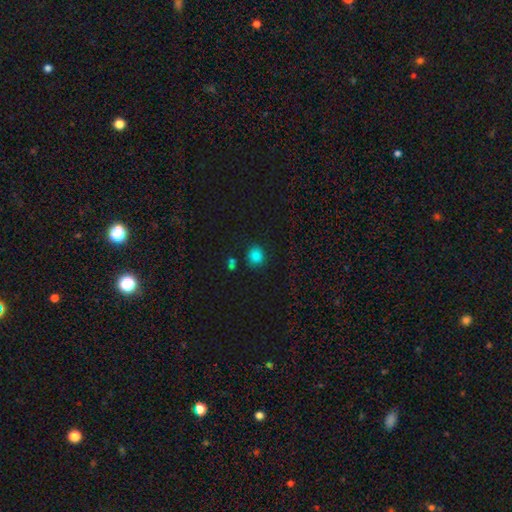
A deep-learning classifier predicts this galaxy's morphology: Smooth or featured?
  - smooth: 81% *
  - star or artifact: 15%
  - featured or disk: 4%
How rounded?
  - round: 80% *
  - in between: 19%
  - cigar-shaped: 1%
Merging?
  - none: 83% *
  - minor disturbance: 10%
  - merger: 5%
  - major disturbance: 3%